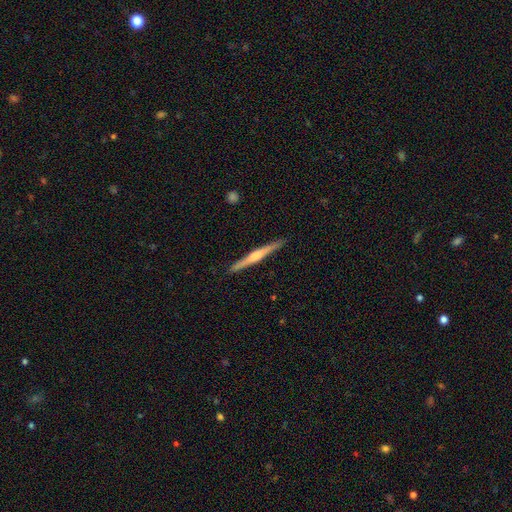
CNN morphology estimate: Smooth or featured? featured or disk (68%)
Edge-on disk? yes (98%)
Edge-on bulge? rounded (70%)
Merging? none (91%)